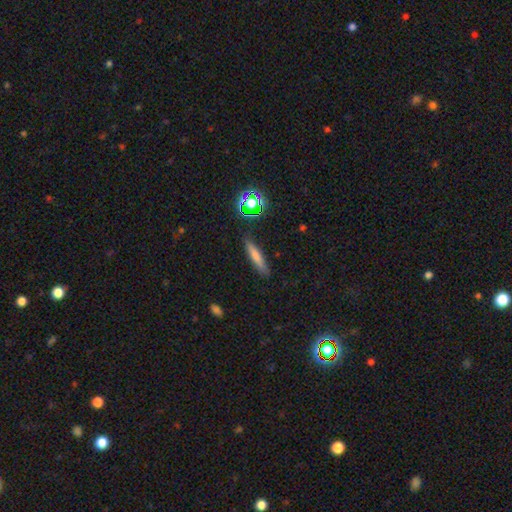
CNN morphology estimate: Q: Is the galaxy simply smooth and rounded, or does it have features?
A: smooth — 71%.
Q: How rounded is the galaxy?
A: cigar-shaped — 86%.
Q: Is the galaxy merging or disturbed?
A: none — 84%.